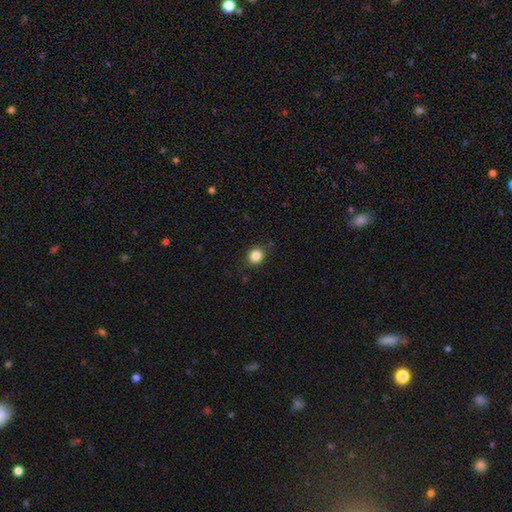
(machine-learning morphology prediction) Smooth or featured? smooth (84%)
How rounded? round (78%)
Merging? none (85%)